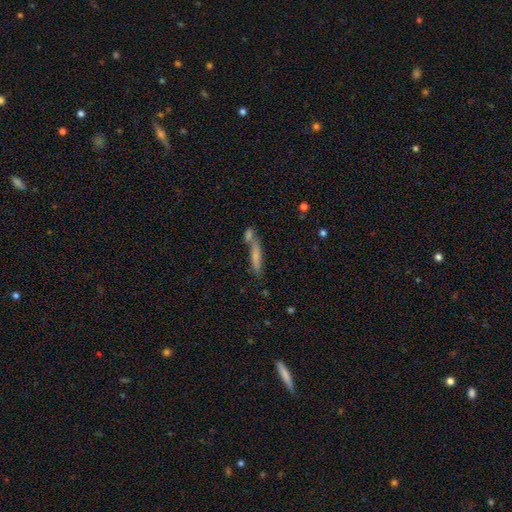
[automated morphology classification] Smooth or featured: smooth — 65% (featured or disk — 25%)
How rounded: cigar-shaped — 85% (in between — 13%)
Merging: none — 48% (merger — 33%)